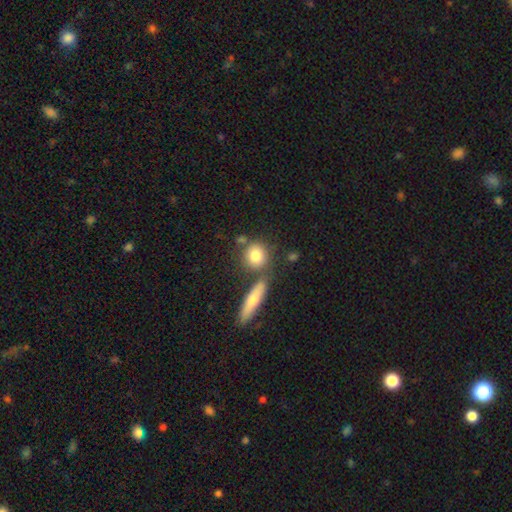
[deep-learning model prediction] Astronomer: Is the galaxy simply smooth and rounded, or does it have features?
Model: smooth — 81%.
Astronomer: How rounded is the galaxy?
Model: round — 66%.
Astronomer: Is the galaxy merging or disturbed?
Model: none — 64%.